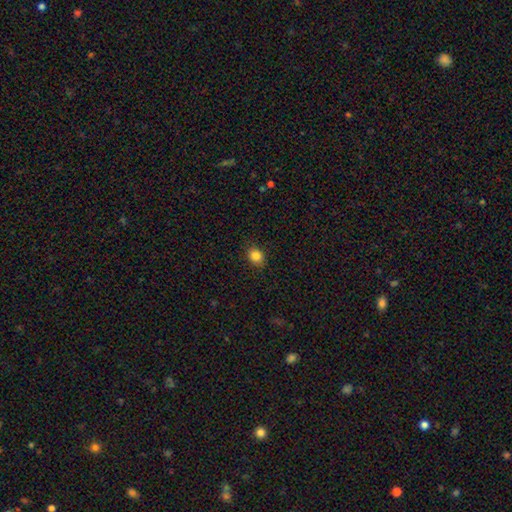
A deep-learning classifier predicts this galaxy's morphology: A smooth galaxy with no disk features (84%) that is round (61%). Merging: none (88%).